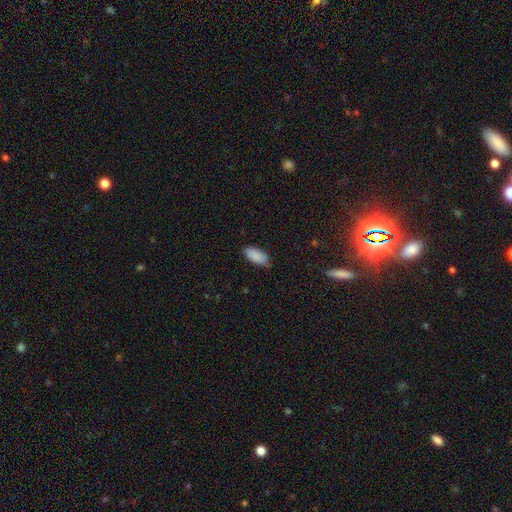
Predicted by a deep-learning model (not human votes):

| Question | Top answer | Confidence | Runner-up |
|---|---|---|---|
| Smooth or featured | smooth | 89% | star or artifact (6%) |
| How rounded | in between | 89% | cigar-shaped (9%) |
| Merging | none | 75% | minor disturbance (20%) |